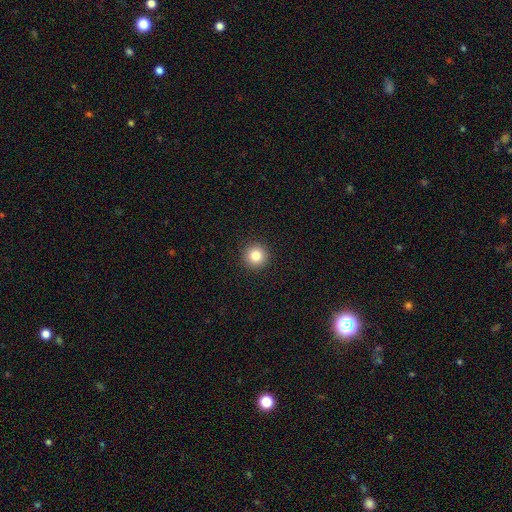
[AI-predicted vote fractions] Smooth or featured? Predicted: smooth (p=0.83). How rounded? Predicted: round (p=0.96). Merging? Predicted: none (p=0.93).